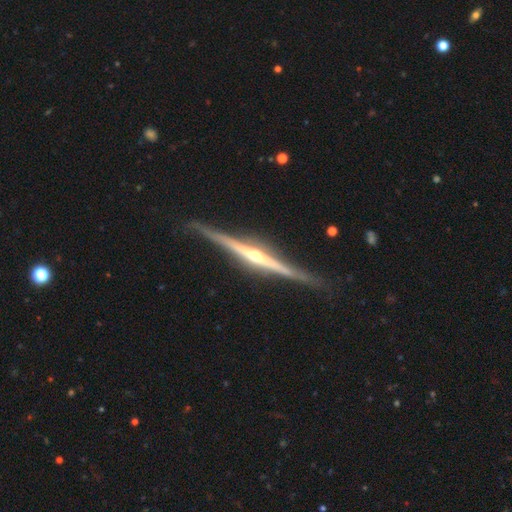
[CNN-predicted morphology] Smooth or featured: featured or disk — 88% (smooth — 7%)
Edge-on disk: yes — 98% (no — 2%)
Edge-on bulge: rounded — 88% (none — 7%)
Merging: none — 87% (minor disturbance — 10%)